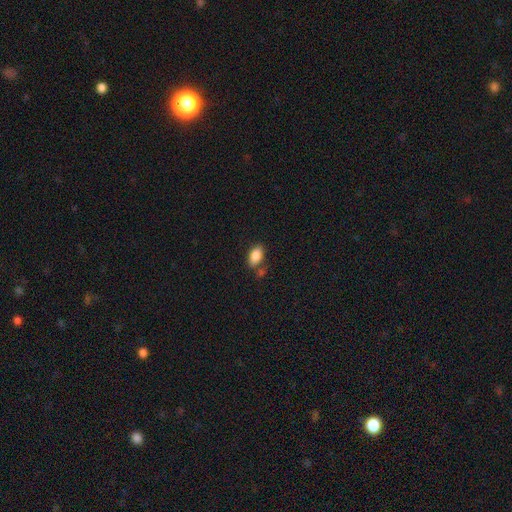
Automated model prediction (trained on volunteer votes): Q: Smooth or featured?
A: smooth (86%); runner-up: star or artifact (8%)
Q: How rounded?
A: in between (91%); runner-up: round (5%)
Q: Merging?
A: none (69%); runner-up: minor disturbance (15%)